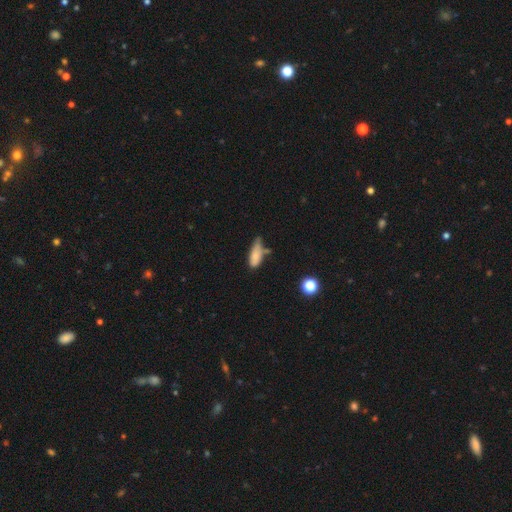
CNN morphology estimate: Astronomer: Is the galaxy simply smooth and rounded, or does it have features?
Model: smooth — 76%.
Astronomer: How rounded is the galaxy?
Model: in between — 70%.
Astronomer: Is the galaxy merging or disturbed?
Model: minor disturbance — 39% (runner-up: none, 33%).